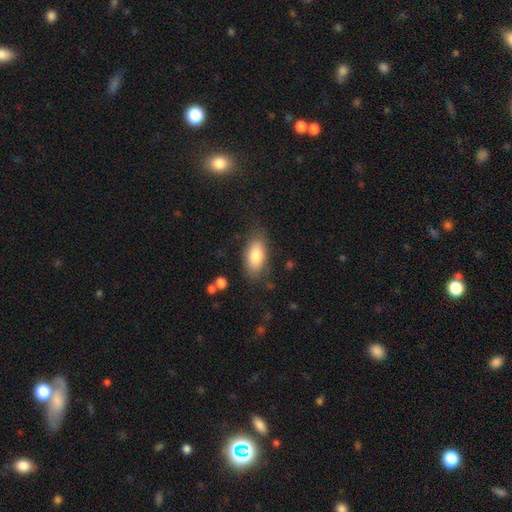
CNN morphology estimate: This appears to be a smooth galaxy with no disk features (80%) that is in between round and cigar-shaped (89%). Merging: none (75%).